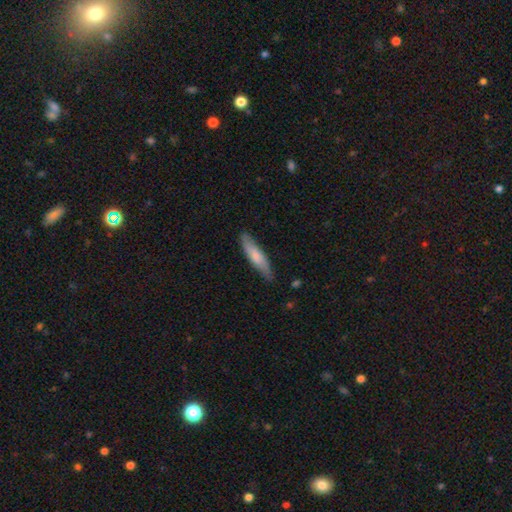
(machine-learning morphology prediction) Smooth or featured? Predicted: smooth (p=0.69). How rounded? Predicted: cigar-shaped (p=0.77). Merging? Predicted: none (p=0.81).